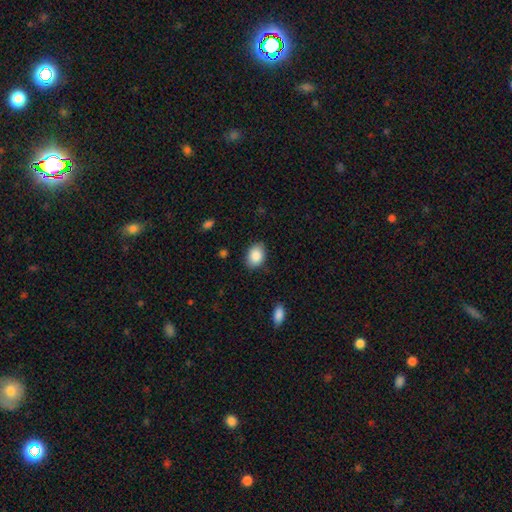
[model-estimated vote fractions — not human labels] This is clearly a smooth galaxy (88%). How rounded: likely in between (74%). Merging: clearly none (84%).